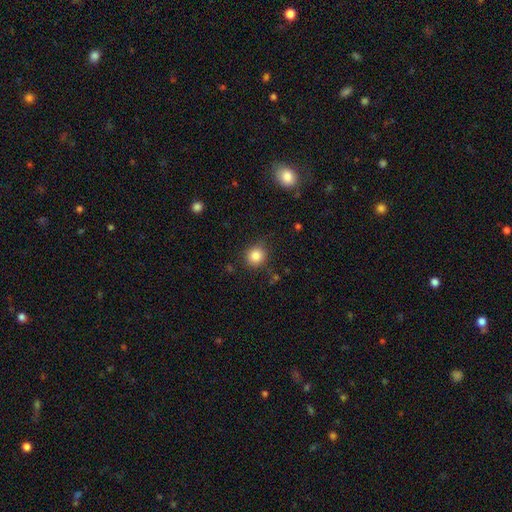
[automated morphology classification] Smooth or featured: smooth — 85% (star or artifact — 10%)
How rounded: round — 88% (in between — 12%)
Merging: none — 84% (minor disturbance — 11%)